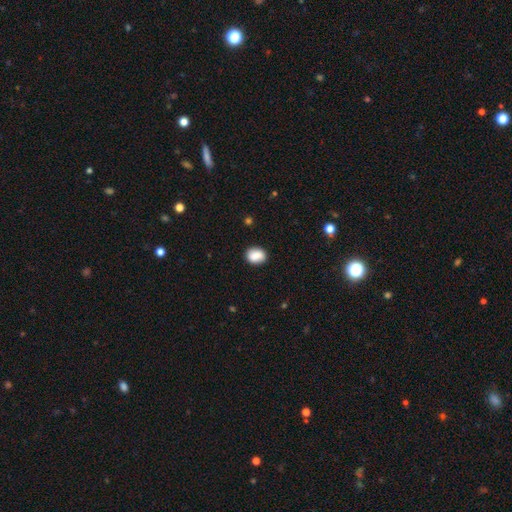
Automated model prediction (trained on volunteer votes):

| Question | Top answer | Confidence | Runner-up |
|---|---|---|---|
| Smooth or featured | smooth | 86% | star or artifact (8%) |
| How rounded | in between | 58% | round (41%) |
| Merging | none | 83% | minor disturbance (13%) |